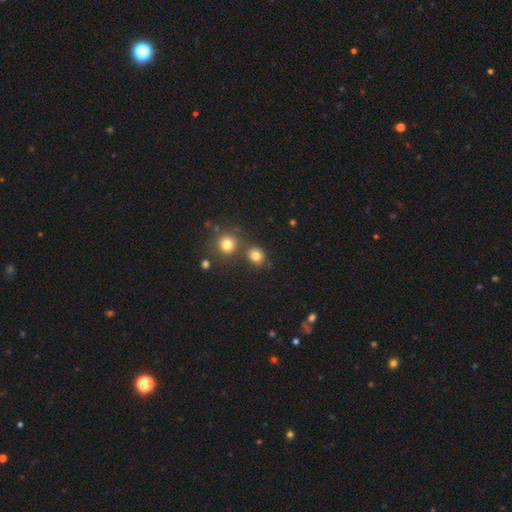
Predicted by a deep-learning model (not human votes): A smooth galaxy with no disk features (79%) that is round (75%). Merging: none (74%).